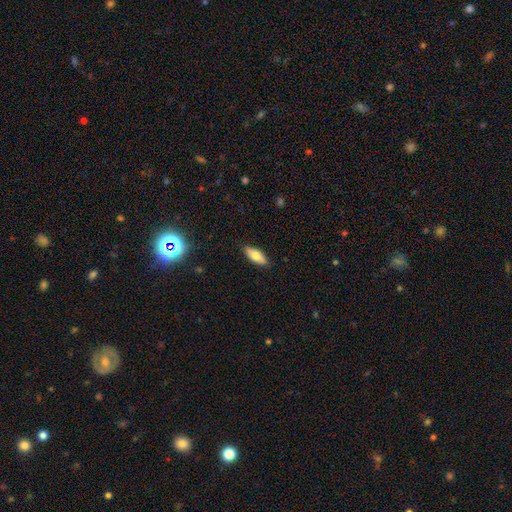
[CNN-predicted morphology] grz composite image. It shows a smooth galaxy with no disk features (74%) that is in between round and cigar-shaped (79%). Merging: none (87%).